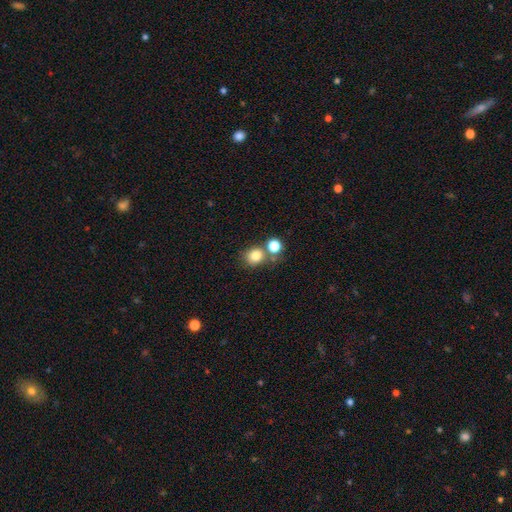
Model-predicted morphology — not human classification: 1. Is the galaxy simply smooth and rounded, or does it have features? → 81% smooth, 13% star or artifact, 7% featured or disk.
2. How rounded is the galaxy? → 76% round, 23% in between, 1% cigar-shaped.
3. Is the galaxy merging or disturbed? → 58% none, 29% merger, 10% minor disturbance, 4% major disturbance.